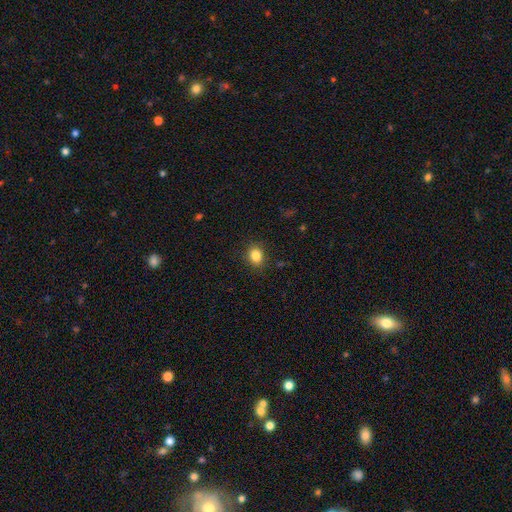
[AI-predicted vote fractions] Smooth or featured: smooth — 85% (star or artifact — 10%)
How rounded: round — 52% (in between — 47%)
Merging: none — 89% (minor disturbance — 8%)